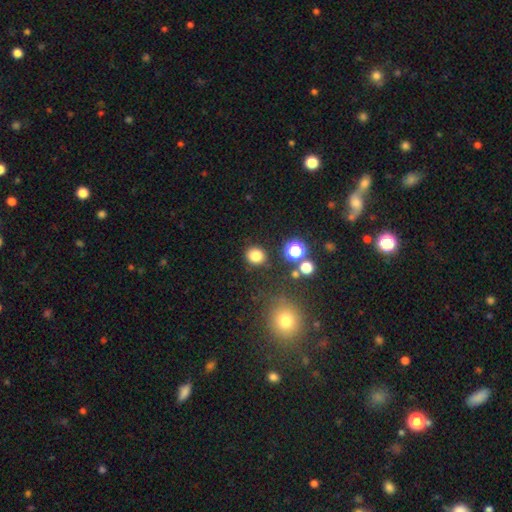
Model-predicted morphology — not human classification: A smooth galaxy with no disk features (81%) that is round (78%).

Vote fractions:
- Smooth or featured? smooth: 81% / star or artifact: 14% / featured or disk: 5%
- How rounded? round: 78% / in between: 21% / cigar-shaped: 1%
- Merging? none: 85% / minor disturbance: 9% / major disturbance: 3% / merger: 3%